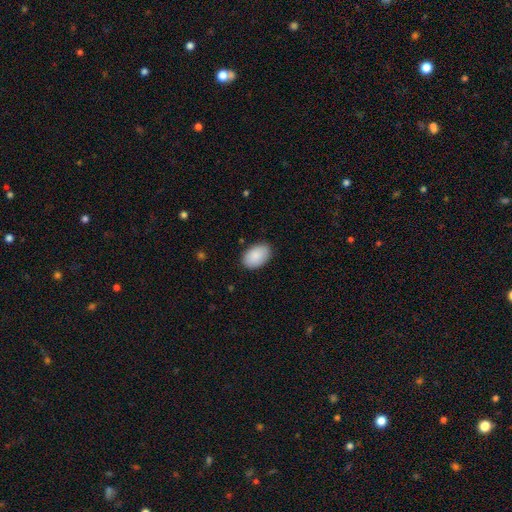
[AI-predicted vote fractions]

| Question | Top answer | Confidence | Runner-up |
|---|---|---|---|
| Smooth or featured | smooth | 89% | star or artifact (6%) |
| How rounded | in between | 91% | round (8%) |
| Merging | none | 85% | minor disturbance (12%) |